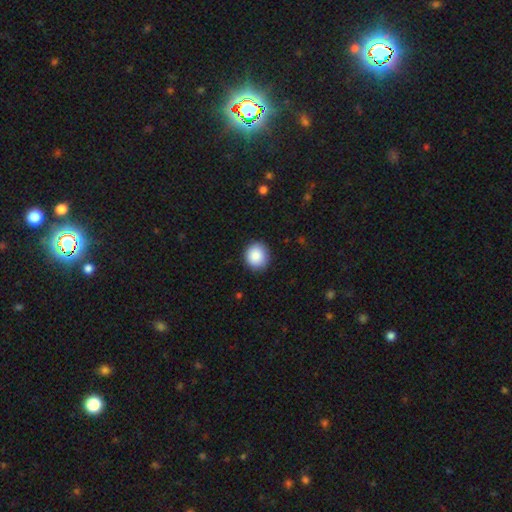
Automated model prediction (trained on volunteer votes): A smooth galaxy with no disk features (88%) that is round (87%).

Vote fractions:
- Smooth or featured? smooth: 88% / star or artifact: 8% / featured or disk: 4%
- How rounded? round: 87% / in between: 12% / cigar-shaped: 1%
- Merging? none: 90% / minor disturbance: 7% / major disturbance: 2% / merger: 1%